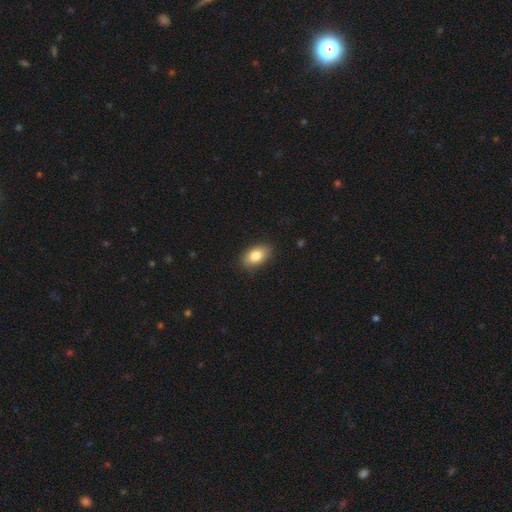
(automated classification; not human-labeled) smooth-or-featured: smooth: 83% | featured or disk: 10% | star or artifact: 7%
  how-rounded: in between: 90% | round: 8% | cigar-shaped: 2%
  merging: none: 87% | minor disturbance: 10% | major disturbance: 2% | merger: 1%